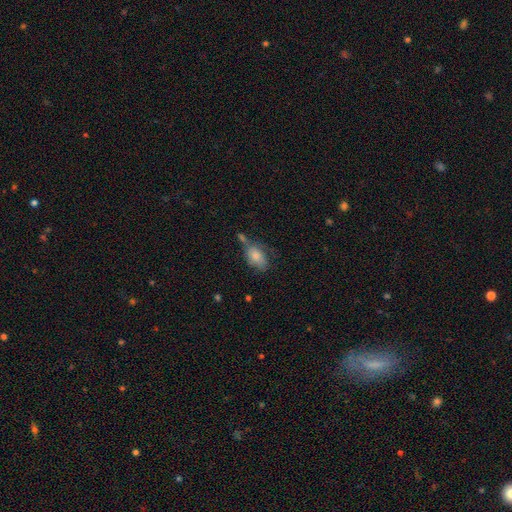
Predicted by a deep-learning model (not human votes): This appears to be a smooth galaxy with no disk features (75%) that is in between round and cigar-shaped (87%). Merging: none (37%).